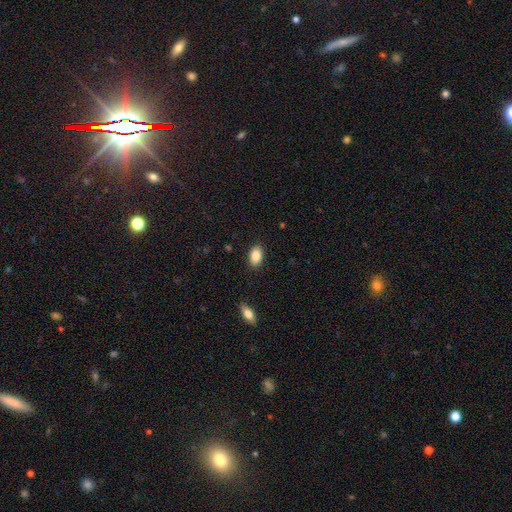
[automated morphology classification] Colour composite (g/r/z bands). It shows a smooth galaxy with no disk features (87%) that is in between round and cigar-shaped (91%). Merging: none (88%).